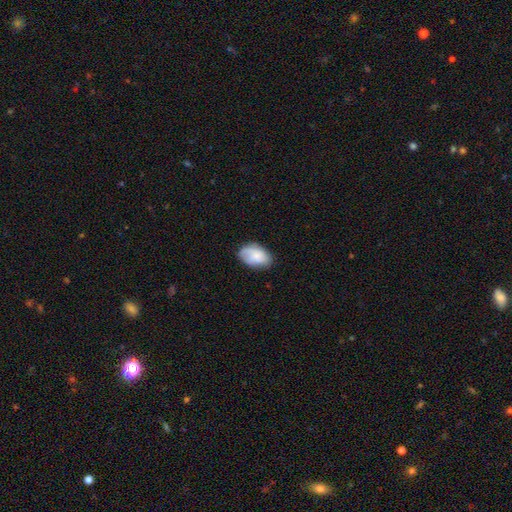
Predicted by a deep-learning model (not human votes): This is likely a smooth galaxy (75%). How rounded: clearly in between (91%). Merging: likely none (71%).